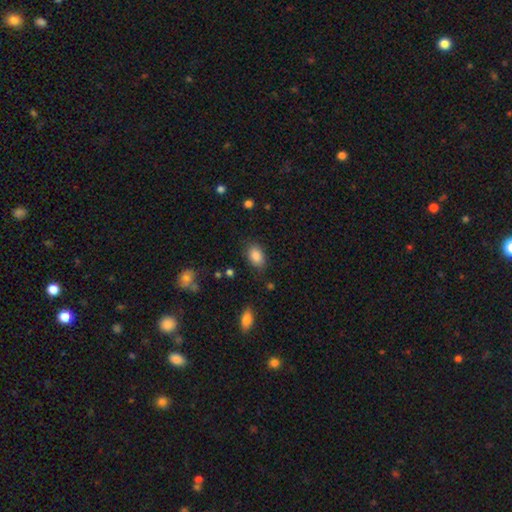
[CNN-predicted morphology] This appears to be a smooth galaxy with no disk features (87%) that is in between round and cigar-shaped (86%). Merging: none (80%).